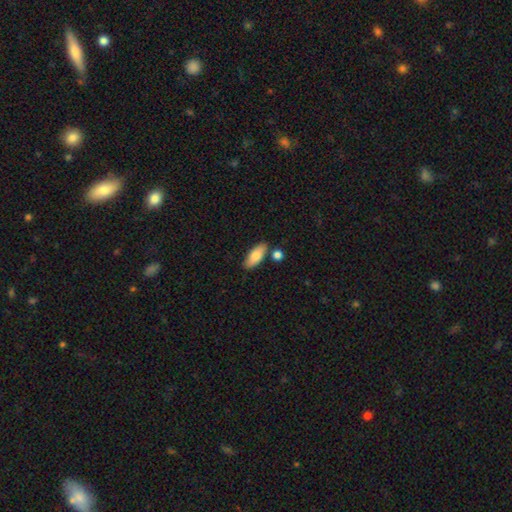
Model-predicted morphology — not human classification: Smooth or featured? Predicted: smooth (p=0.80). How rounded? Predicted: in between (p=0.82). Merging? Predicted: none (p=0.77).